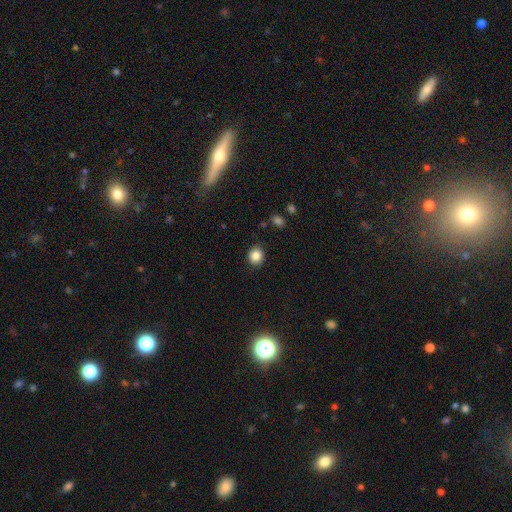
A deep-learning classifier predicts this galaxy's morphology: The model was most divided on "how rounded": round: 72%, in between: 27%, cigar-shaped: 1%. More confident: merging — none (88%); smooth or featured — smooth (86%).